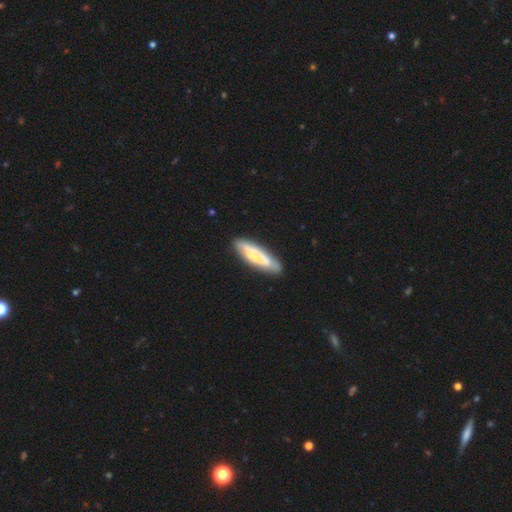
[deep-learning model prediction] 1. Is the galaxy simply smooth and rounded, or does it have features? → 51% smooth, 44% featured or disk, 5% star or artifact.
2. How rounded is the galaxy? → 63% cigar-shaped, 35% in between, 2% round.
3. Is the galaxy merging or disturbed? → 78% none, 15% minor disturbance, 3% major disturbance, 3% merger.